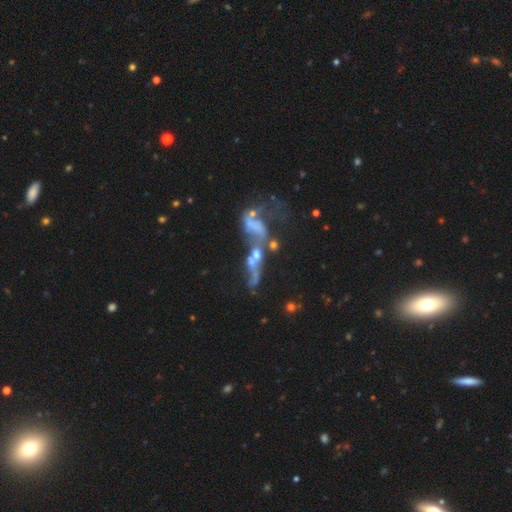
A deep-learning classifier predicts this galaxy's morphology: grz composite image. It shows a featured or disk galaxy (64%) with no bar (75%), no spiral arms (65%) and no central bulge (46%). Merging: merger (53%).